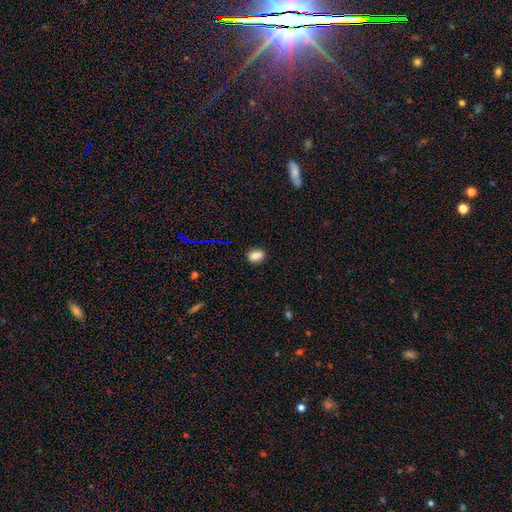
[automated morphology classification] Smooth or featured? Predicted: smooth (p=0.83). How rounded? Predicted: in between (p=0.72). Merging? Predicted: none (p=0.86).